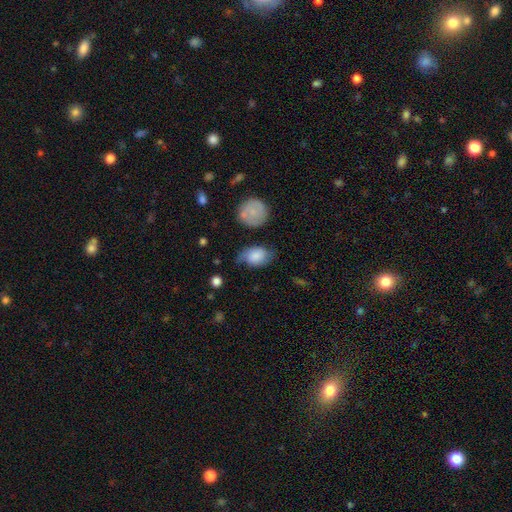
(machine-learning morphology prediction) This is likely a smooth galaxy (72%). How rounded: clearly in between (81%). Merging: possibly none (47%).